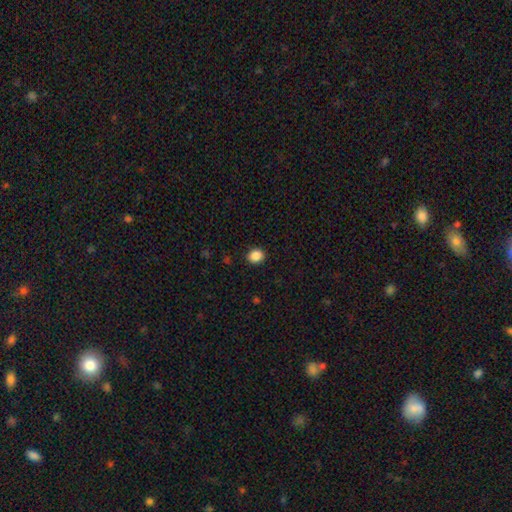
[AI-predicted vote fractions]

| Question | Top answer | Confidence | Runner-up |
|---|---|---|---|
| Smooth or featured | smooth | 88% | star or artifact (9%) |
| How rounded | round | 63% | in between (36%) |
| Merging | none | 90% | minor disturbance (7%) |